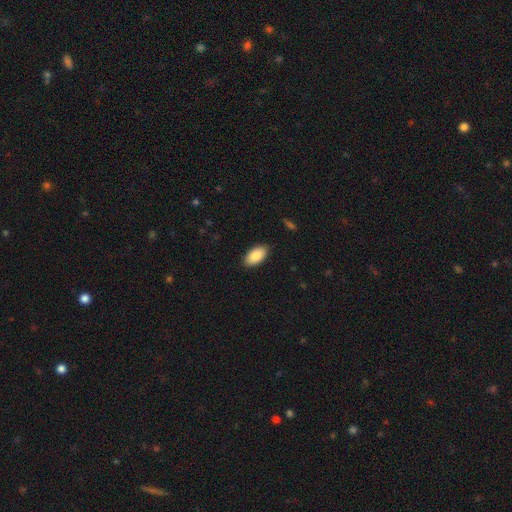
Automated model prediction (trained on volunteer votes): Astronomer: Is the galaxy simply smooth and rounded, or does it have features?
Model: smooth — 88%.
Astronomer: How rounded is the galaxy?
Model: in between — 95%.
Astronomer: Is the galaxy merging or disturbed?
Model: none — 89%.